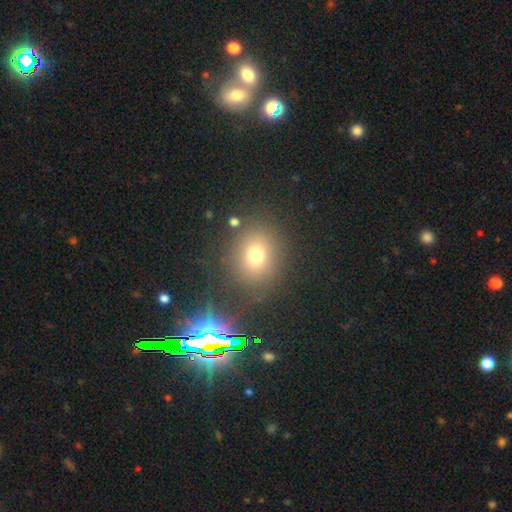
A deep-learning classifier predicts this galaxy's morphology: Q: Smooth or featured?
A: smooth (69%); runner-up: star or artifact (22%)
Q: How rounded?
A: round (76%); runner-up: in between (23%)
Q: Merging?
A: none (82%); runner-up: minor disturbance (9%)